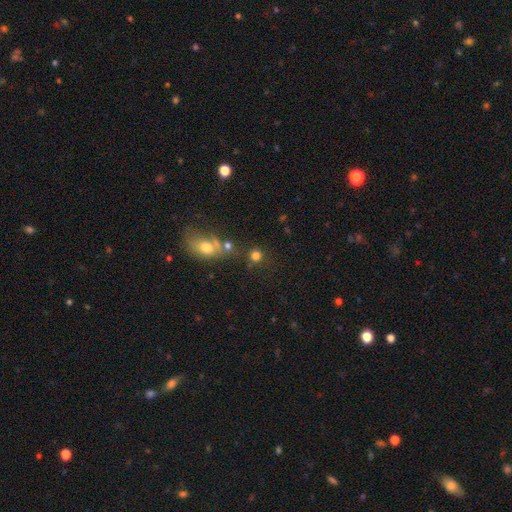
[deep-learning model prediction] This is likely a smooth galaxy (75%). How rounded: clearly round (86%). Merging: likely none (68%).